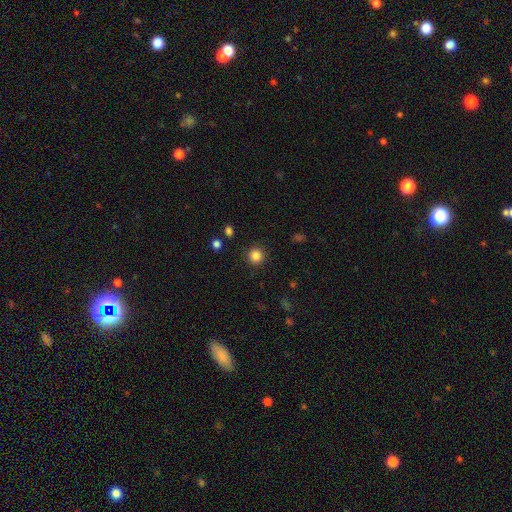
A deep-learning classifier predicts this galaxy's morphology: The model was most divided on "smooth or featured": smooth: 85%, star or artifact: 11%, featured or disk: 4%. More confident: how rounded — round (94%); merging — none (91%).